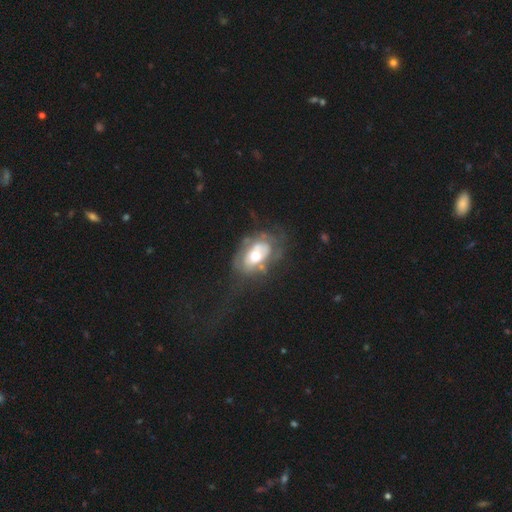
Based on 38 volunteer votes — Smooth or featured? featured or disk (58%)
Edge-on disk? no (95%)
Bar? no (100%)
Spiral arms? no (71%)
Bulge size? moderate (71%)
Merging? major disturbance (38%)